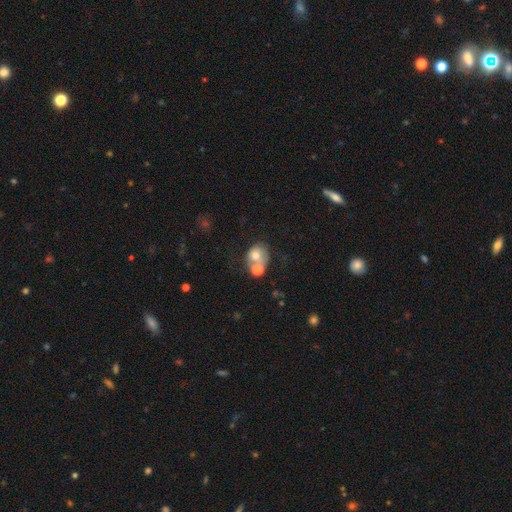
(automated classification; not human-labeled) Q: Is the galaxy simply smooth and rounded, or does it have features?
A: smooth — 65%.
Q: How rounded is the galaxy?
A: round — 63%.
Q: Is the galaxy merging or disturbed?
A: merger — 43%.